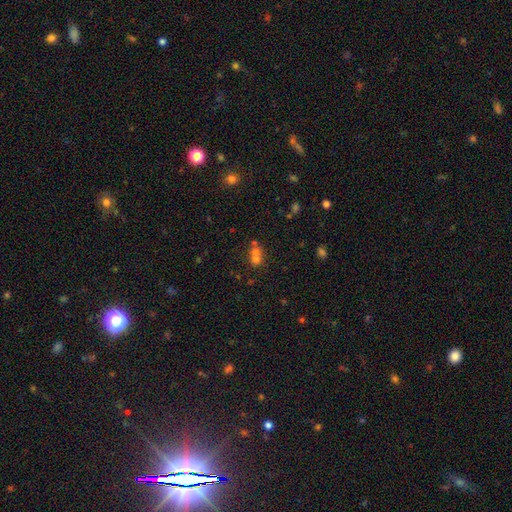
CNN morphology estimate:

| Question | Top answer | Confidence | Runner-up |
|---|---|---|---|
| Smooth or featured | smooth | 54% | star or artifact (30%) |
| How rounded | round | 72% | in between (26%) |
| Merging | merger | 51% | none (37%) |